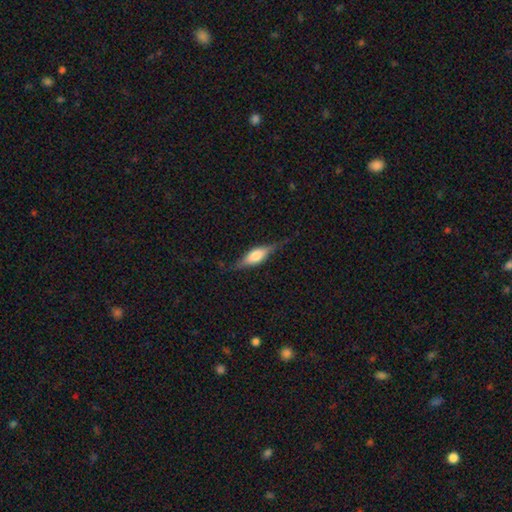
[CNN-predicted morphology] Smooth or featured?
  - featured or disk: 57% *
  - smooth: 37%
  - star or artifact: 6%
Edge-on disk?
  - yes: 93% *
  - no: 7%
Edge-on bulge?
  - rounded: 78% *
  - boxy: 19%
  - none: 3%
Merging?
  - none: 75% *
  - minor disturbance: 18%
  - major disturbance: 5%
  - merger: 1%